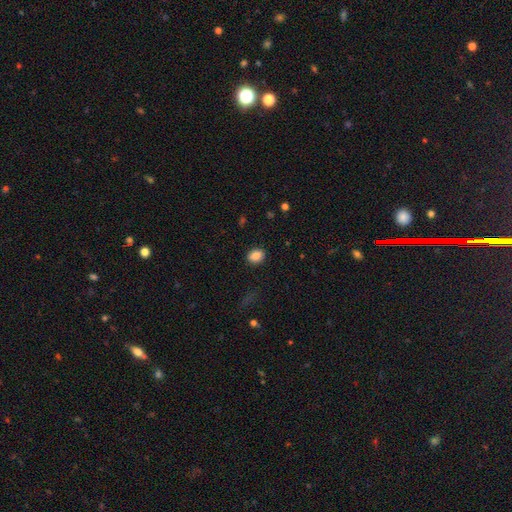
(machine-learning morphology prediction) This appears to be a smooth galaxy with no disk features (87%) that is in between round and cigar-shaped (58%). Merging: none (89%).